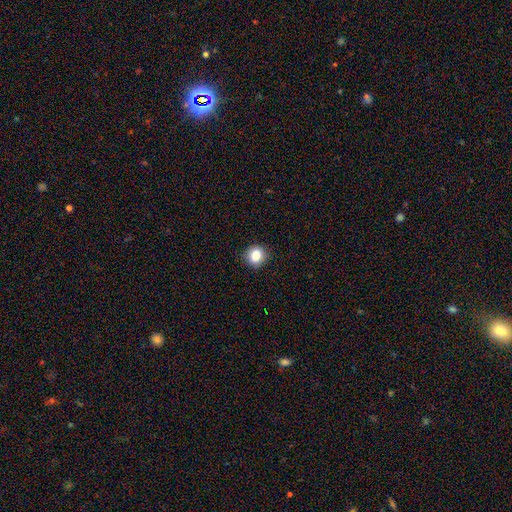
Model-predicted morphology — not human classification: This appears to be a smooth galaxy with no disk features (82%) that is round (73%). Merging: none (87%).